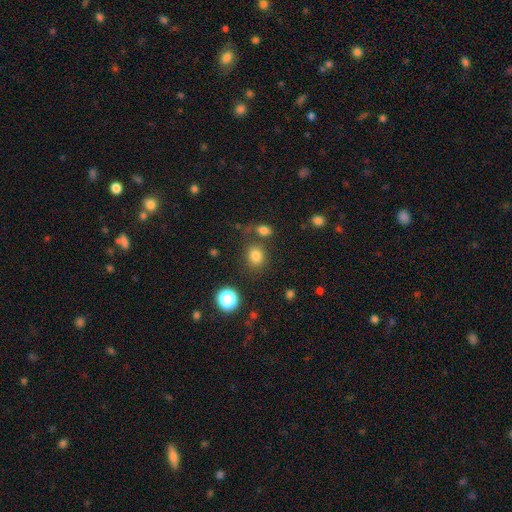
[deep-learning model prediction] smooth 79%, star or artifact 15%, featured or disk 6%. Down the decision tree: how rounded — round (62%); merging — none (73%).